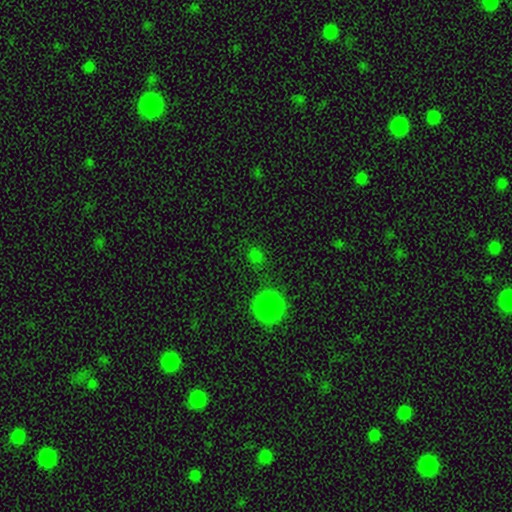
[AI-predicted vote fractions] Q: Smooth or featured?
A: smooth (69%); runner-up: star or artifact (26%)
Q: How rounded?
A: round (80%); runner-up: in between (18%)
Q: Merging?
A: none (81%); runner-up: minor disturbance (10%)